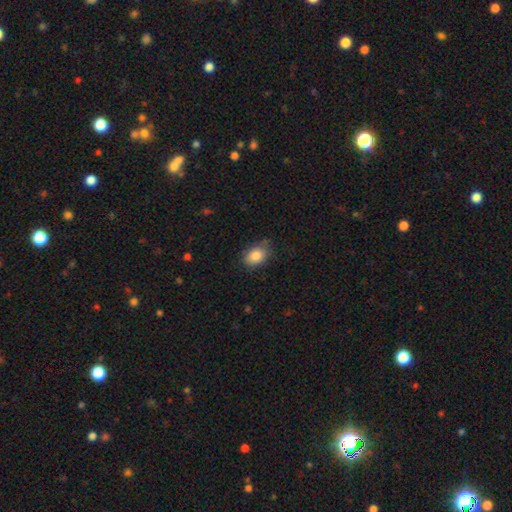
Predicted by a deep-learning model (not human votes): Smooth or featured? Predicted: smooth (p=0.85). How rounded? Predicted: in between (p=0.75). Merging? Predicted: none (p=0.75).